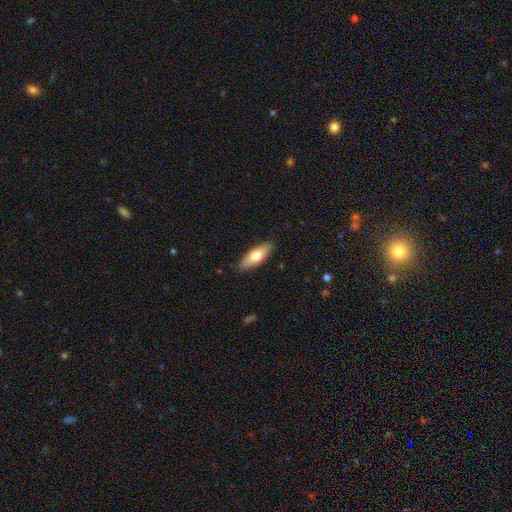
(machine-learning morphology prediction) A smooth galaxy with no disk features (65%) that is in between round and cigar-shaped (58%). Merging: none (89%).